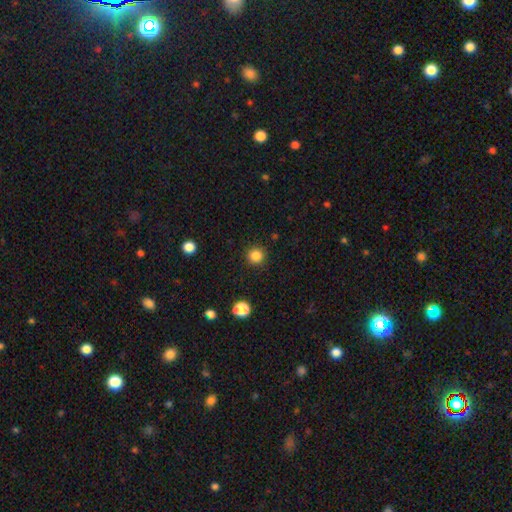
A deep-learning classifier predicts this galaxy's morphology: Smooth or featured? Predicted: smooth (p=0.85). How rounded? Predicted: round (p=0.93). Merging? Predicted: none (p=0.90).